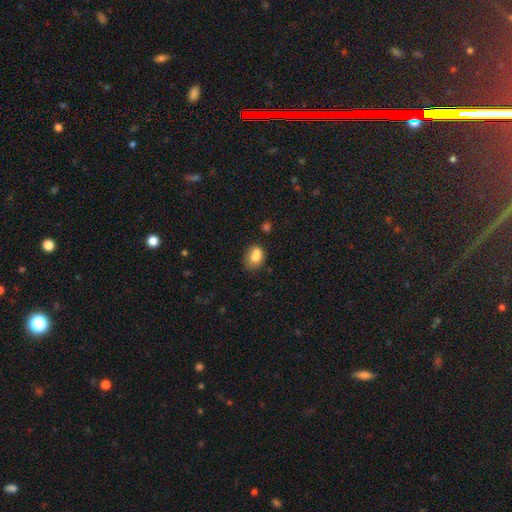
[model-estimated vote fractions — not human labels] Morphology: type=smooth (76%); roundness=in between (60%); merging=none (38%).